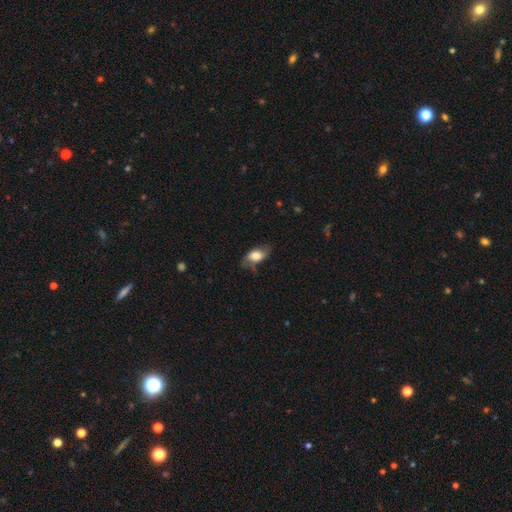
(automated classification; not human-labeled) Overall: smooth (63%; featured or disk 29%). How rounded: in between (88%). Merging: none (56%; minor disturbance 29%).